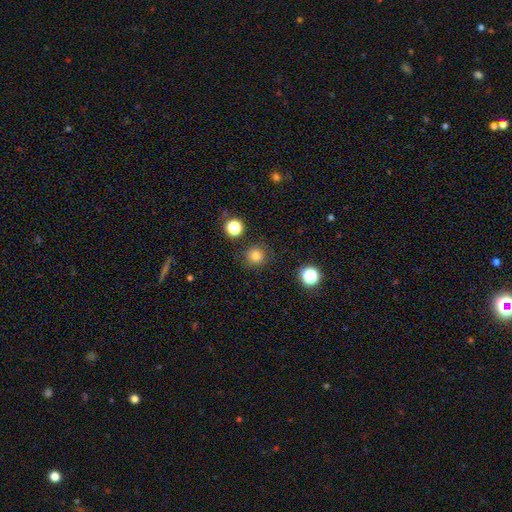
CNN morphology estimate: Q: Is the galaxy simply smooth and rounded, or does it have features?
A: smooth — 80%.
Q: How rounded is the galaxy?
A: round — 94%.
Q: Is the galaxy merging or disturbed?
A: none — 87%.